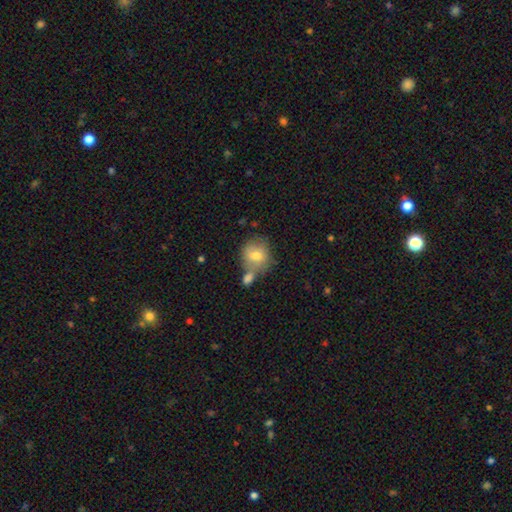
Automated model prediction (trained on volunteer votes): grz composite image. It shows a smooth galaxy with no disk features (73%) that is round (78%). Merging: none (50%).